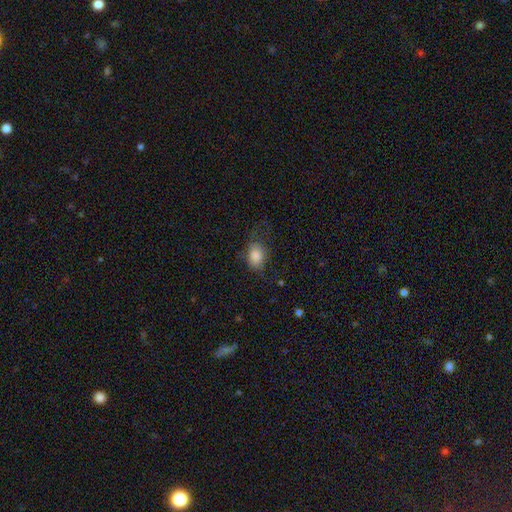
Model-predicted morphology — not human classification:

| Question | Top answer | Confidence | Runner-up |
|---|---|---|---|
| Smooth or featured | smooth | 85% | star or artifact (8%) |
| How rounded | in between | 80% | round (19%) |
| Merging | none | 60% | minor disturbance (25%) |